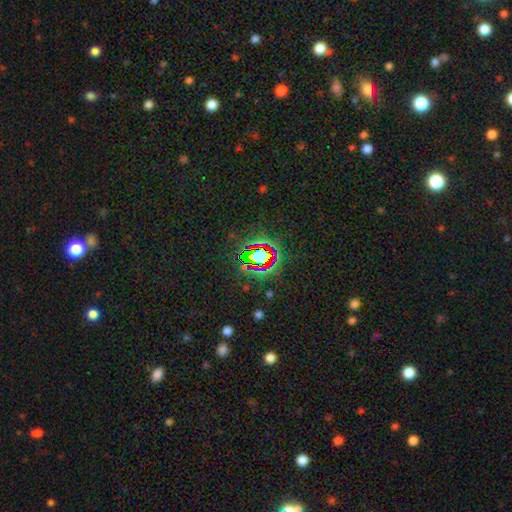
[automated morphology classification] Q: Smooth or featured?
A: star or artifact (70%); runner-up: smooth (19%)